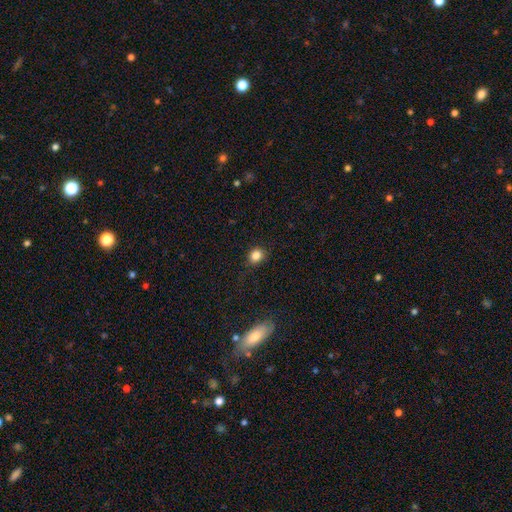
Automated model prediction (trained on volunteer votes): A smooth galaxy with no disk features (84%) that is round (70%). Merging: none (83%).